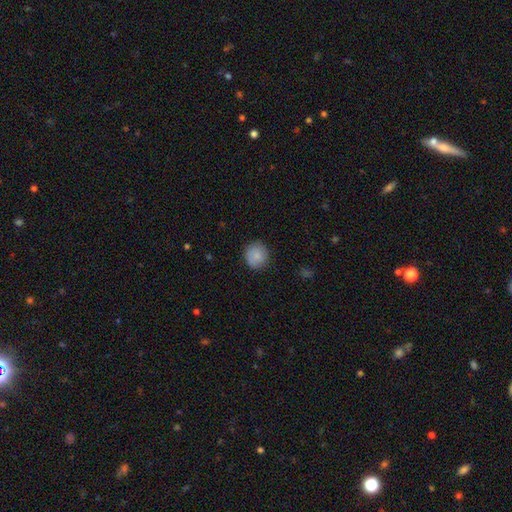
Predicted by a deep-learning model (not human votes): smooth-or-featured: smooth: 86% | featured or disk: 8% | star or artifact: 7%
  how-rounded: round: 89% | in between: 10% | cigar-shaped: 1%
  merging: none: 86% | minor disturbance: 10% | major disturbance: 2% | merger: 1%